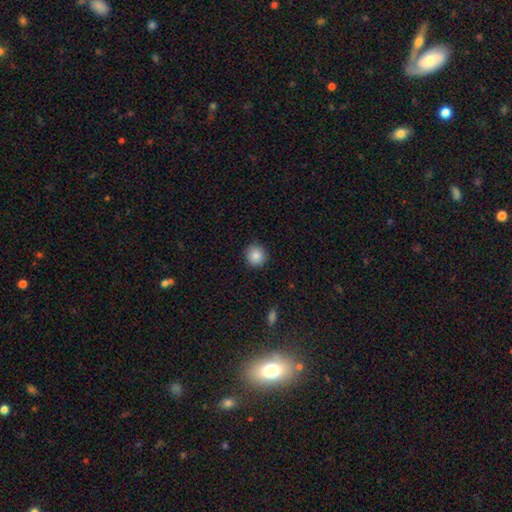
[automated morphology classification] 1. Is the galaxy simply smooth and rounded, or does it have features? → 85% smooth, 9% star or artifact, 6% featured or disk.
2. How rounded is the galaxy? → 94% round, 6% in between, 1% cigar-shaped.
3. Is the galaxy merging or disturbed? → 91% none, 6% minor disturbance, 2% major disturbance, 1% merger.